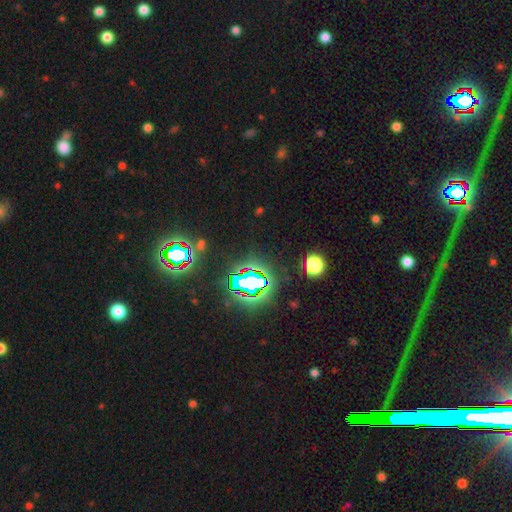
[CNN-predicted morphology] Smooth or featured? Predicted: star or artifact (p=0.83).